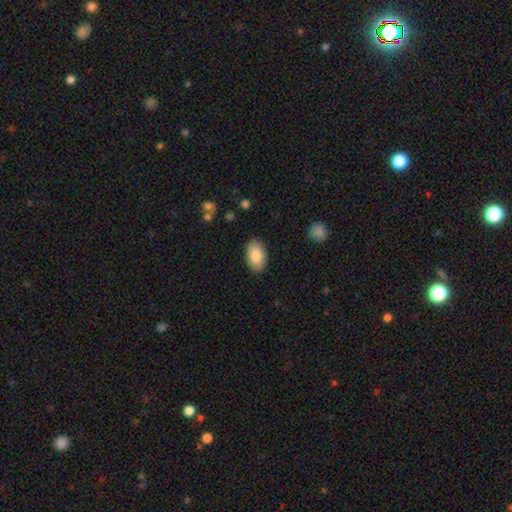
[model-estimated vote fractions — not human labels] A smooth galaxy with no disk features (85%) that is in between round and cigar-shaped (94%). Merging: none (88%).